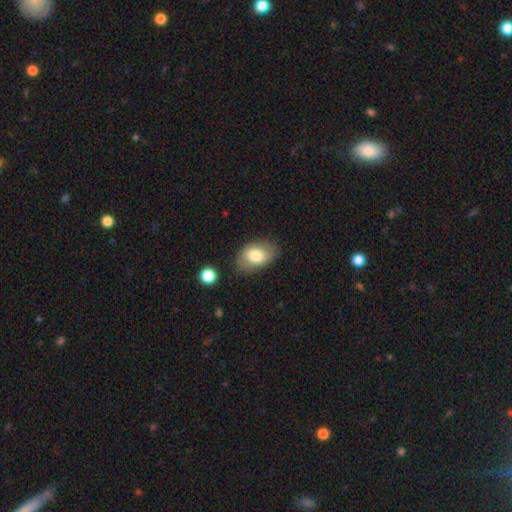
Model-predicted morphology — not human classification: Overall: smooth (79%). How rounded: in between (86%). Merging: none (77%).